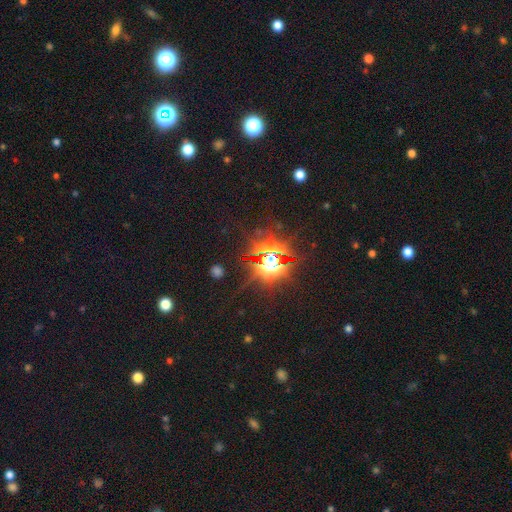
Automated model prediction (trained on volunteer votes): A star or artifact, not a galaxy (83%).